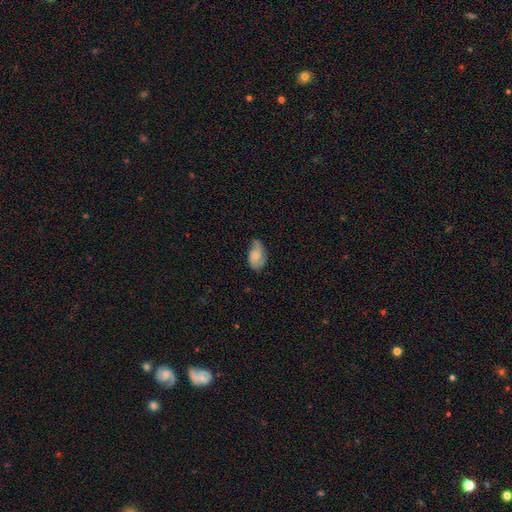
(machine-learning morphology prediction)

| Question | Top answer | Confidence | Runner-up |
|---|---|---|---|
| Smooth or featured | smooth | 56% | featured or disk (36%) |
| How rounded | in between | 90% | round (7%) |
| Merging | none | 44% | minor disturbance (37%) |